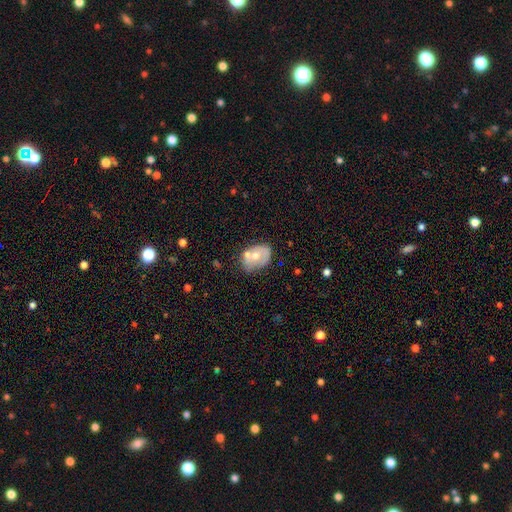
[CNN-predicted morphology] type=smooth (48%); merging=none (42%).